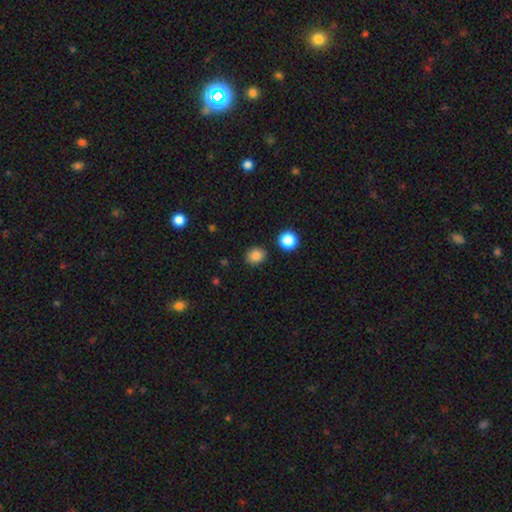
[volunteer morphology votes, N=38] Smooth or featured? smooth (89%)
How rounded? round (65%)
Merging? none (89%)